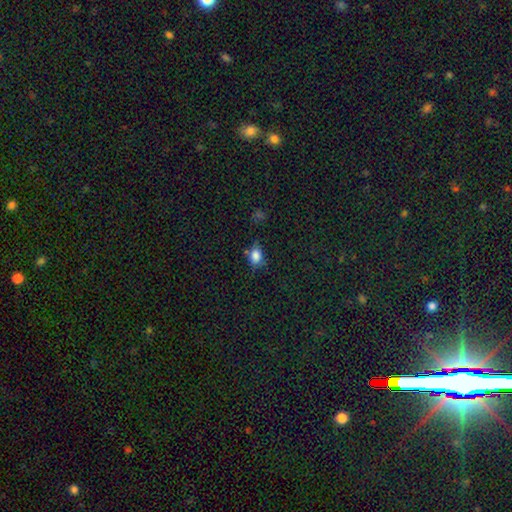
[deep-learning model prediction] smooth 81%, star or artifact 12%, featured or disk 7%. Down the decision tree: how rounded — in between (68%); merging — none (61%).